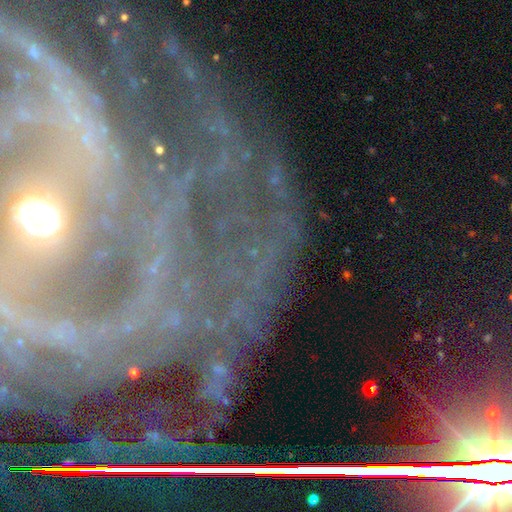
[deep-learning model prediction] Smooth or featured: featured or disk — 68% (star or artifact — 23%)
Edge-on disk: no — 90% (yes — 10%)
Bar: no — 38% (strong — 36%)
Spiral arms: yes — 86% (no — 14%)
Spiral winding: tight — 60% (medium — 29%)
Spiral arm count: 2 — 28% (can't tell — 27%)
Bulge size: moderate — 46% (small — 40%)
Merging: none — 71% (minor disturbance — 14%)